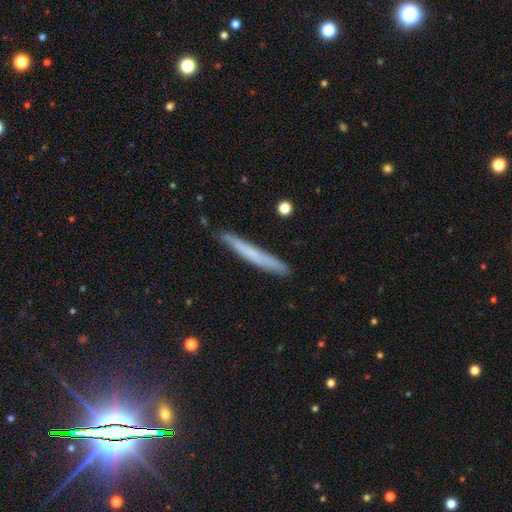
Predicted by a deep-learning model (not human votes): Morphology: type=smooth (55%); roundness=cigar-shaped (96%); merging=none (86%).